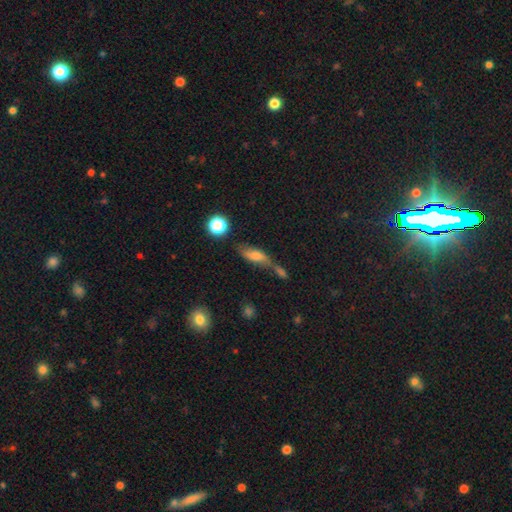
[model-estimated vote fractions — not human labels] A smooth galaxy with no disk features (57%) that is in between round and cigar-shaped (66%).

Vote fractions:
- Smooth or featured? smooth: 57% / featured or disk: 30% / star or artifact: 13%
- How rounded? in between: 66% / cigar-shaped: 28% / round: 7%
- Merging? none: 38% / merger: 35% / minor disturbance: 17% / major disturbance: 10%